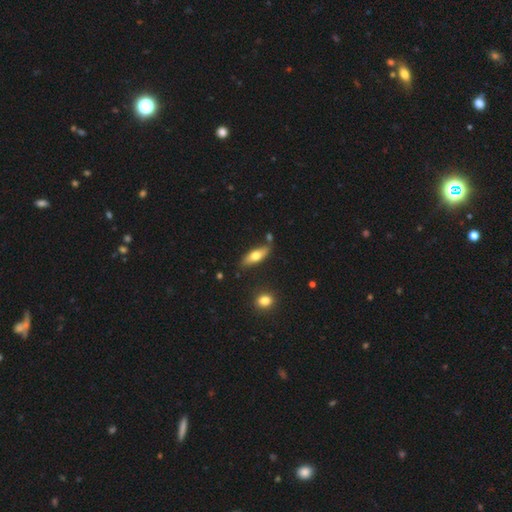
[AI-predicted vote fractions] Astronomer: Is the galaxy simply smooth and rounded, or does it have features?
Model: smooth — 61%.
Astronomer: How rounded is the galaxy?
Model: in between — 53% (runner-up: cigar-shaped, 44%).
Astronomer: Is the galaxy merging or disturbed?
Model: none — 77%.